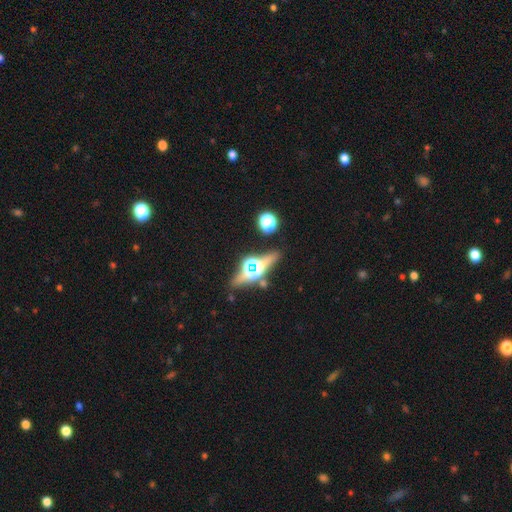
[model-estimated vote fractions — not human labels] Q: Smooth or featured?
A: star or artifact (45%); runner-up: smooth (30%)